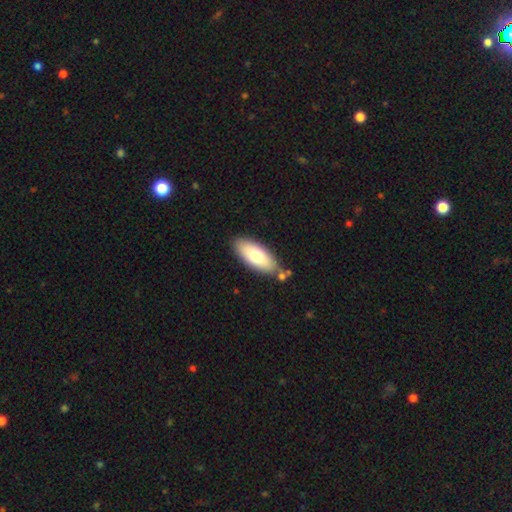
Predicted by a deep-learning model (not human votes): Q: Smooth or featured?
A: smooth (72%); runner-up: featured or disk (22%)
Q: How rounded?
A: in between (82%); runner-up: cigar-shaped (16%)
Q: Merging?
A: none (76%); runner-up: minor disturbance (13%)